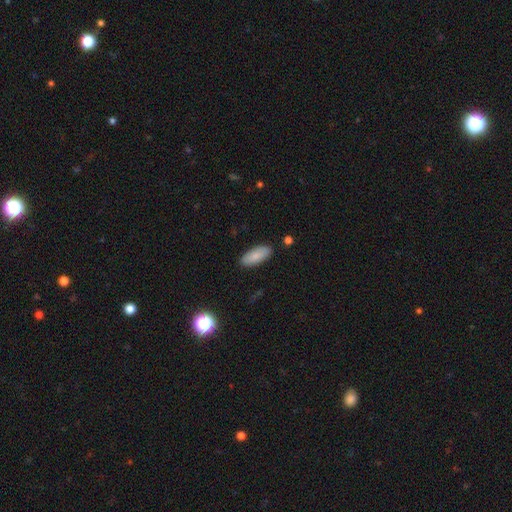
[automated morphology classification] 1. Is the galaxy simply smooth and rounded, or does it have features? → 84% smooth, 10% featured or disk, 6% star or artifact.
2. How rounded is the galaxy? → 79% in between, 19% cigar-shaped, 2% round.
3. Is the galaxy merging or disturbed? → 88% none, 9% minor disturbance, 2% major disturbance, 2% merger.